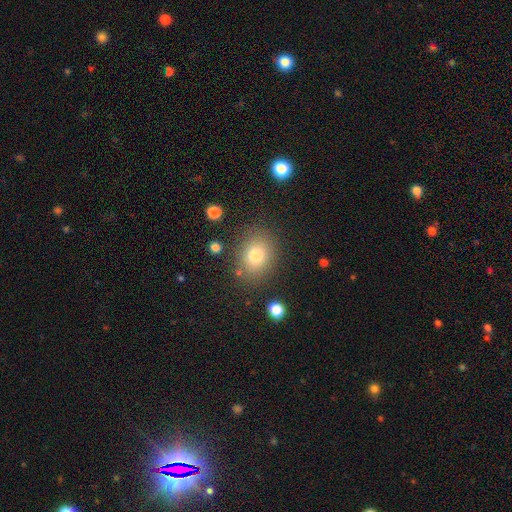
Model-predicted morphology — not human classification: Smooth or featured?
  - smooth: 78% *
  - star or artifact: 11%
  - featured or disk: 11%
How rounded?
  - round: 50% *
  - in between: 49%
  - cigar-shaped: 1%
Merging?
  - none: 80% *
  - minor disturbance: 12%
  - major disturbance: 5%
  - merger: 3%